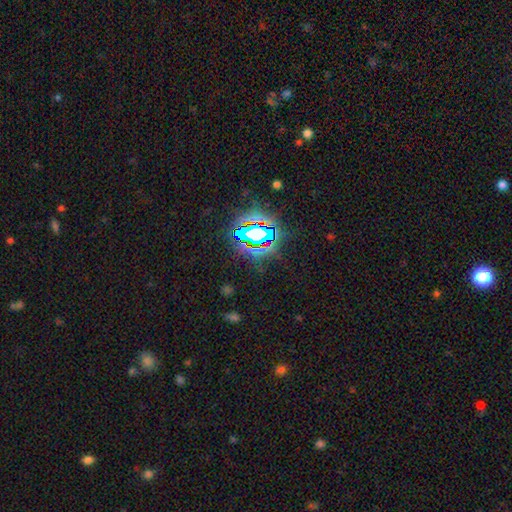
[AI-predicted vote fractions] smooth-or-featured: star or artifact: 80% | smooth: 12% | featured or disk: 8%